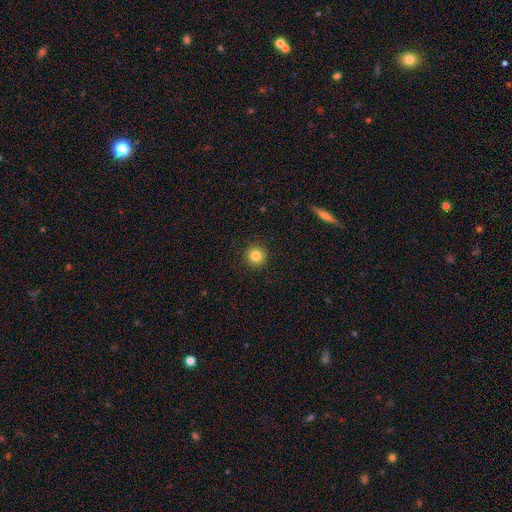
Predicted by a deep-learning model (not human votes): Morphology: type=smooth (84%); roundness=round (96%); merging=none (92%).